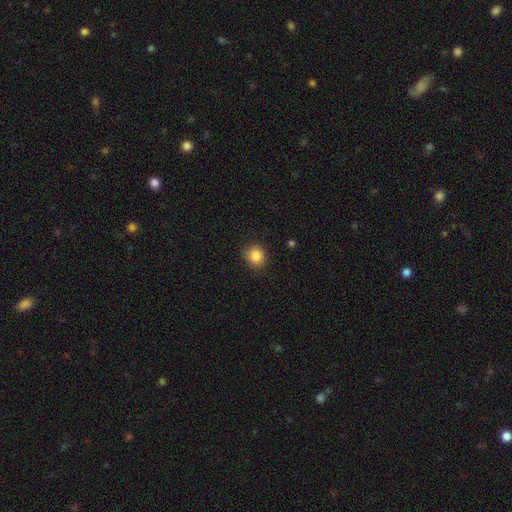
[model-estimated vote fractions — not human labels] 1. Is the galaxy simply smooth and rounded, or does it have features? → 86% smooth, 10% star or artifact, 4% featured or disk.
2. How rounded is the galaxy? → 76% round, 23% in between, 1% cigar-shaped.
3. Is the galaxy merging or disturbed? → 86% none, 10% minor disturbance, 3% major disturbance, 1% merger.